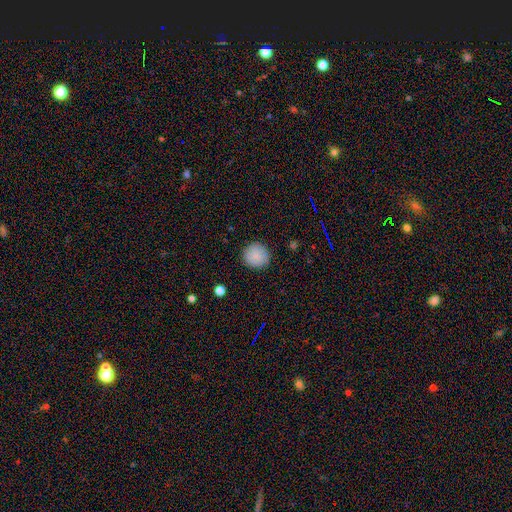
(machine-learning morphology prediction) smooth_or_featured: smooth (p=0.88) [alt: star or artifact p=0.07]
how_rounded: round (p=0.94) [alt: in between p=0.05]
merging: none (p=0.91) [alt: minor disturbance p=0.07]